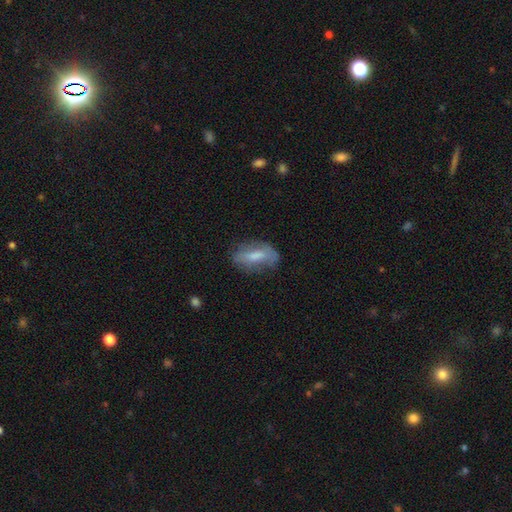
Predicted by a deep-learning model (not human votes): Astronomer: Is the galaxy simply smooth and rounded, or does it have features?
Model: smooth — 60%.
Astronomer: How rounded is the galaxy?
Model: in between — 78%.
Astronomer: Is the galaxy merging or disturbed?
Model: none — 63%.